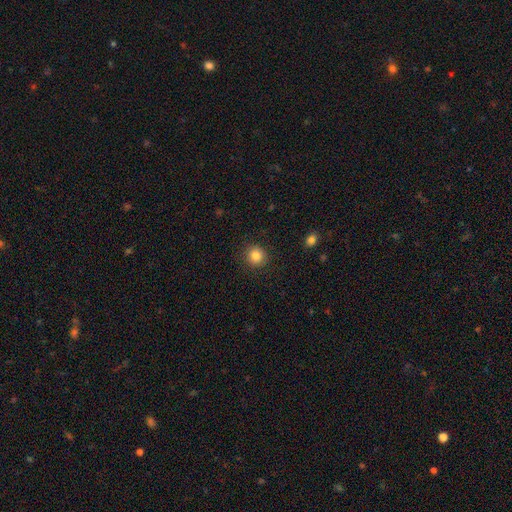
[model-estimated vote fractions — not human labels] Smooth or featured: smooth — 84% (star or artifact — 10%)
How rounded: round — 90% (in between — 10%)
Merging: none — 89% (minor disturbance — 7%)